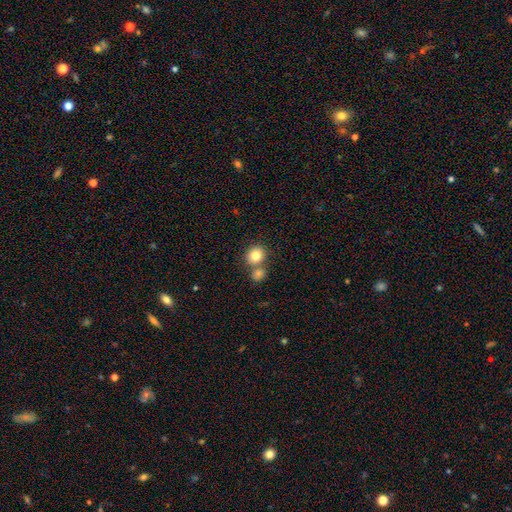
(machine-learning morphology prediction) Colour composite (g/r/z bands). It shows a smooth galaxy with no disk features (82%) that is round (78%). Merging: none (56%).